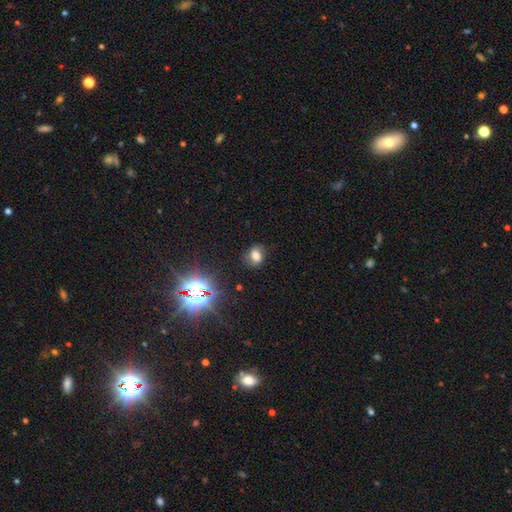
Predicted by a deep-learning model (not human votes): The model was most divided on "how rounded": in between: 62%, round: 36%, cigar-shaped: 2%. More confident: merging — none (72%); smooth or featured — smooth (60%).